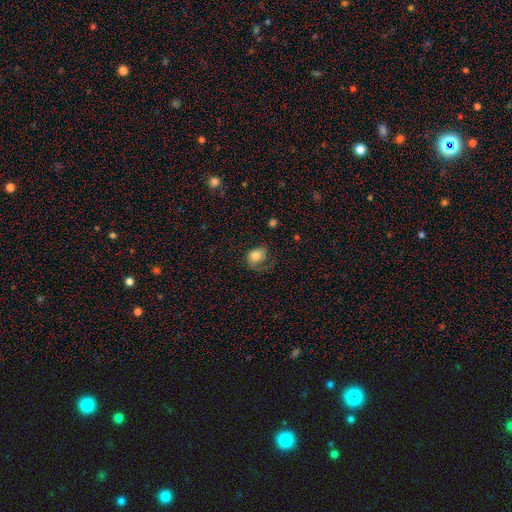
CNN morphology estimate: This is likely a smooth galaxy (66%). How rounded: possibly in between (55%). Merging: marginally none (37%).